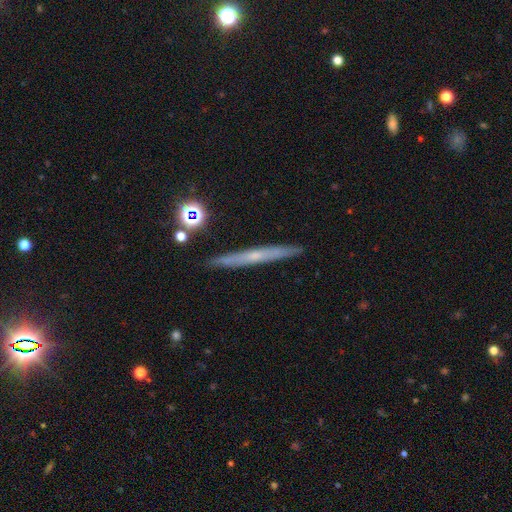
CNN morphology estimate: featured or disk 55%, smooth 36%, star or artifact 9%. Down the decision tree: edge-on disk — yes (95%); edge-on bulge — none (62%); merging — none (90%).